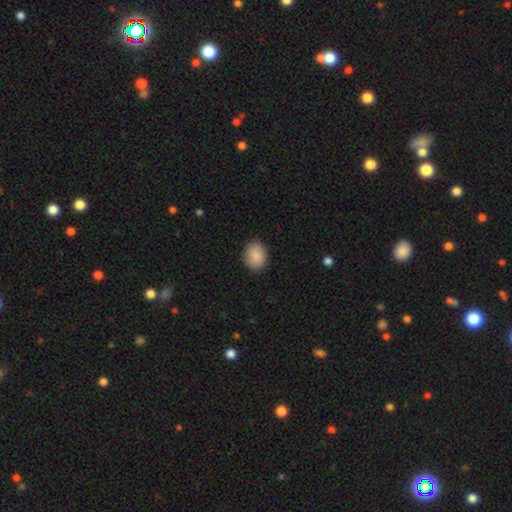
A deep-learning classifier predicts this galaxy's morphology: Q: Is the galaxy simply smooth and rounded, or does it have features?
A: smooth — 88%.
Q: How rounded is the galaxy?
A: in between — 51%.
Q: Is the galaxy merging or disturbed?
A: none — 88%.